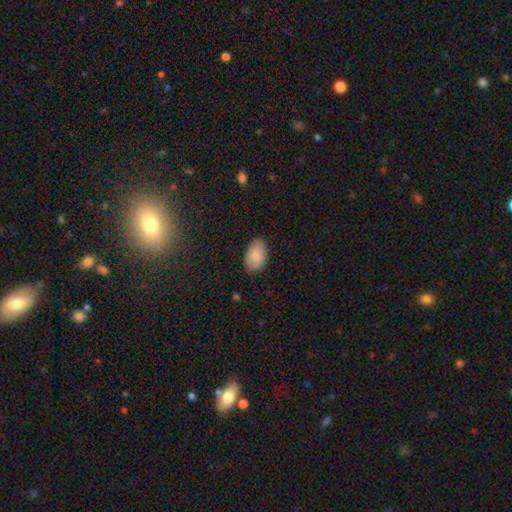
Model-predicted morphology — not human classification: Smooth or featured? Predicted: smooth (p=0.84). How rounded? Predicted: in between (p=0.91). Merging? Predicted: none (p=0.85).